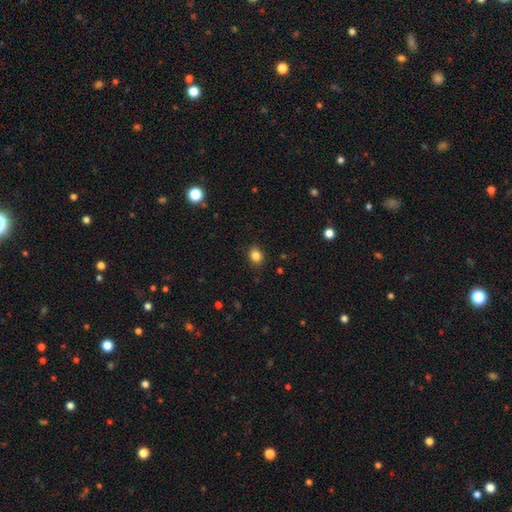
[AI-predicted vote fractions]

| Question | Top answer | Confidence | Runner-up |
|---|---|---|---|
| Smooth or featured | smooth | 85% | star or artifact (11%) |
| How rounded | round | 56% | in between (43%) |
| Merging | none | 88% | minor disturbance (9%) |